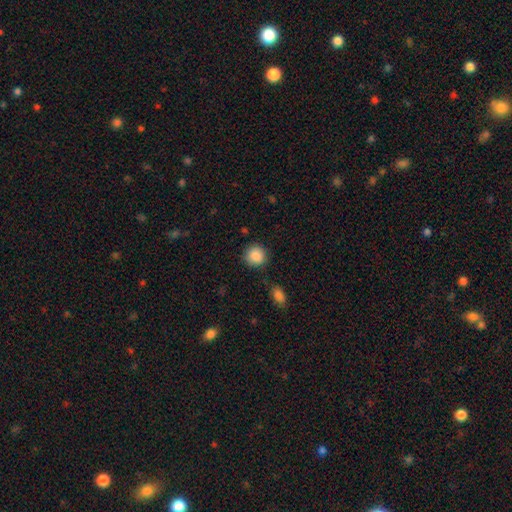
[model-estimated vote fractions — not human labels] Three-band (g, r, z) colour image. It shows a smooth galaxy with no disk features (89%) that is round (89%). Merging: none (85%).